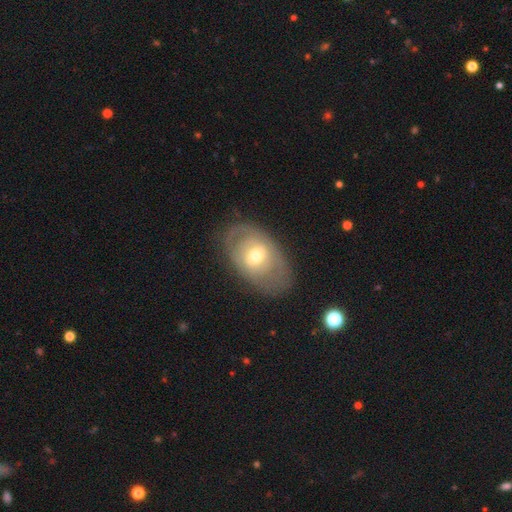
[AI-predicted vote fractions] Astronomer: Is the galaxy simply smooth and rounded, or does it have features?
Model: featured or disk — 54% (runner-up: smooth, 39%).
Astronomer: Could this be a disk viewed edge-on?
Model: no — 90%.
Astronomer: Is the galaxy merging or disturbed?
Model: none — 77%.